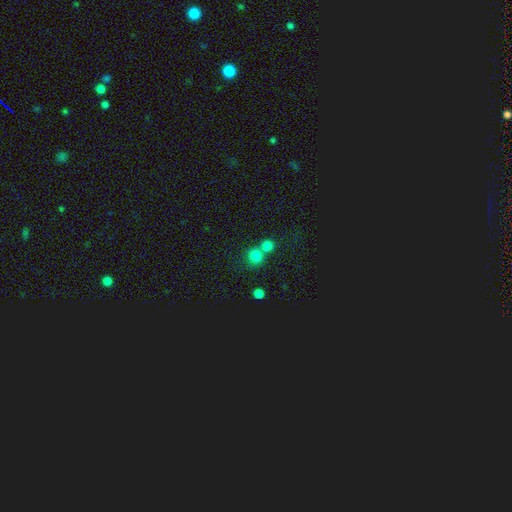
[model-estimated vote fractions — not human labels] Smooth or featured? Predicted: smooth (p=0.78). How rounded? Predicted: round (p=0.88). Merging? Predicted: none (p=0.49).